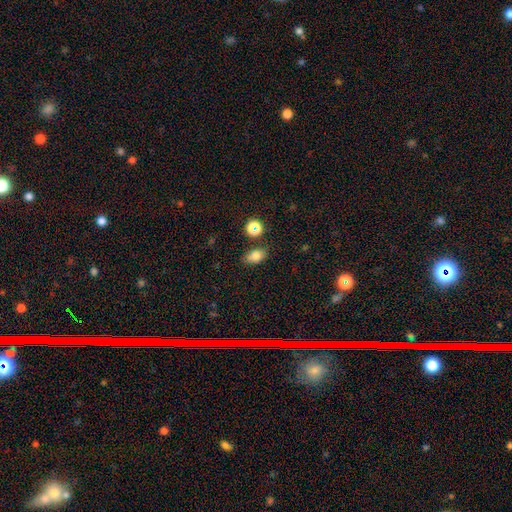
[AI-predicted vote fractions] A smooth galaxy with no disk features (78%) that is in between round and cigar-shaped (82%).

Vote fractions:
- Smooth or featured? smooth: 78% / star or artifact: 12% / featured or disk: 10%
- How rounded? in between: 82% / round: 15% / cigar-shaped: 3%
- Merging? none: 77% / minor disturbance: 15% / merger: 5% / major disturbance: 4%